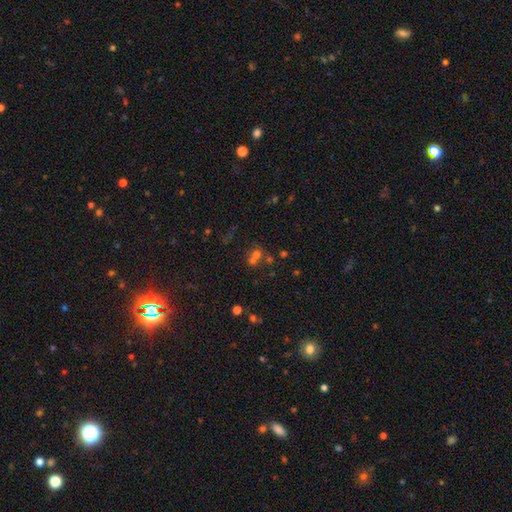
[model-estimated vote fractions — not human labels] The model was most divided on "merging": merger: 51%, none: 38%, minor disturbance: 7%, major disturbance: 4%. More confident: how rounded — round (77%); smooth or featured — smooth (54%).